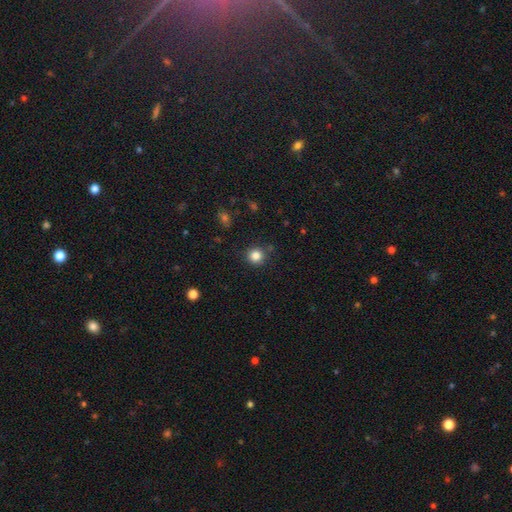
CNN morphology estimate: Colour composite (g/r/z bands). It shows a smooth galaxy with no disk features (84%) that is round (93%). Merging: none (86%).